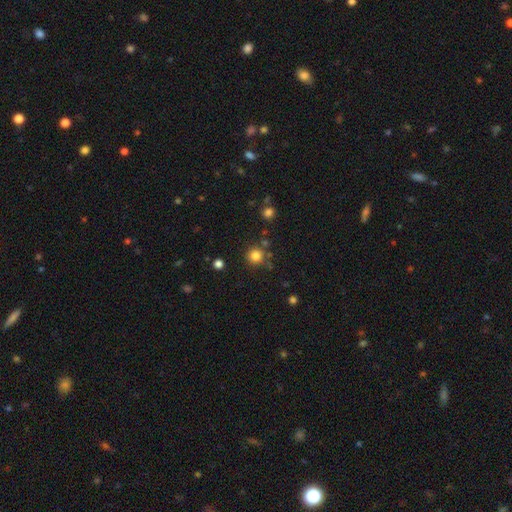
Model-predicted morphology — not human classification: A smooth galaxy with no disk features (82%) that is round (94%).

Vote fractions:
- Smooth or featured? smooth: 82% / star or artifact: 13% / featured or disk: 5%
- How rounded? round: 94% / in between: 5% / cigar-shaped: 1%
- Merging? none: 80% / minor disturbance: 10% / merger: 7% / major disturbance: 4%